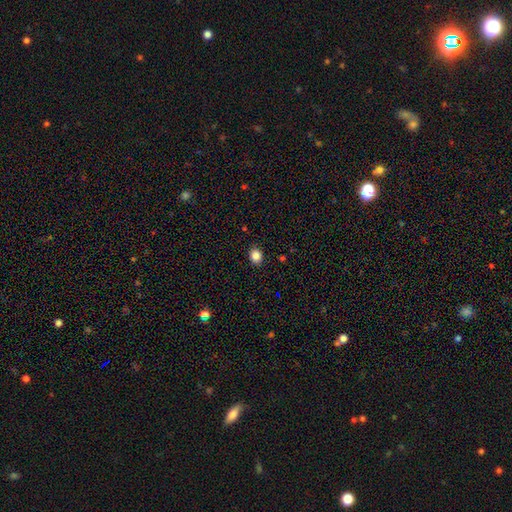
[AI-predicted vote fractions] A smooth galaxy with no disk features (84%) that is round (59%).

Vote fractions:
- Smooth or featured? smooth: 84% / star or artifact: 11% / featured or disk: 5%
- How rounded? round: 59% / in between: 40% / cigar-shaped: 1%
- Merging? none: 90% / minor disturbance: 7% / major disturbance: 2% / merger: 1%